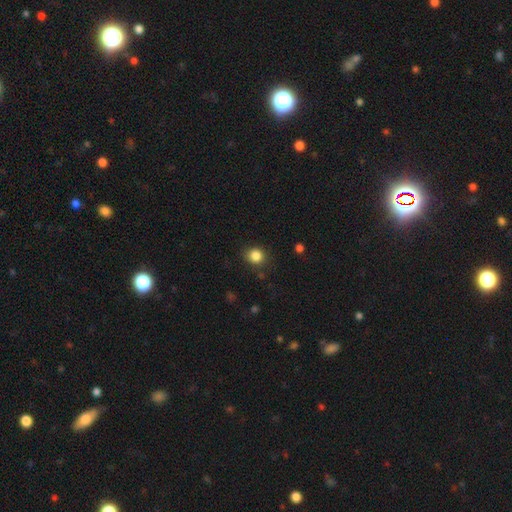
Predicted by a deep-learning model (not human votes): This appears to be a smooth galaxy with no disk features (85%) that is round (81%). Merging: none (84%).